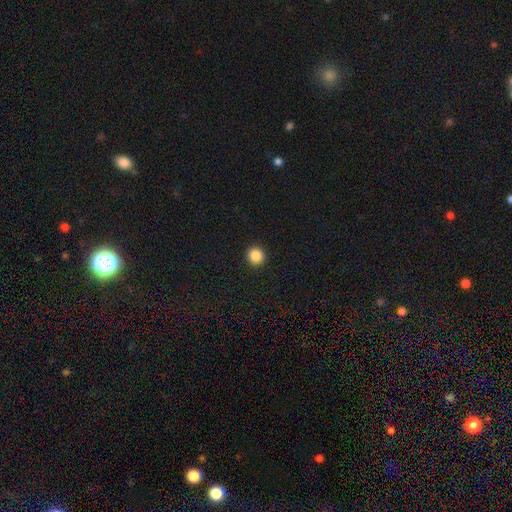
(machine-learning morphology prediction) This is clearly a smooth galaxy (87%). How rounded: clearly round (91%). Merging: clearly none (93%).